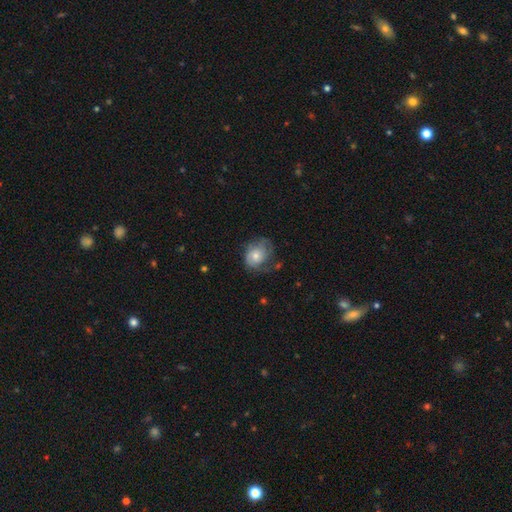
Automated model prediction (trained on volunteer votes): smooth_or_featured: smooth (p=0.51) [alt: featured or disk p=0.42]
how_rounded: in between (p=0.52) [alt: round p=0.47]
merging: none (p=0.48) [alt: minor disturbance p=0.30]